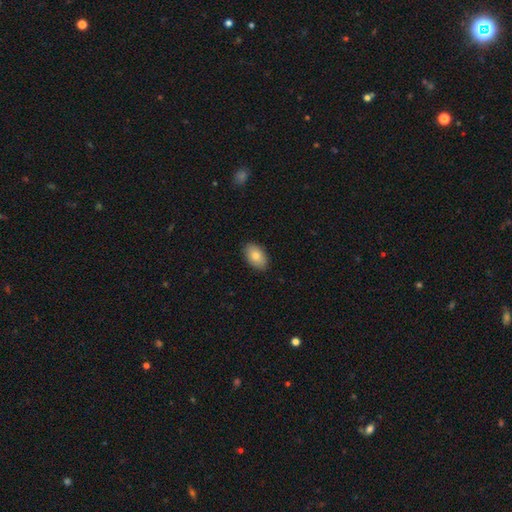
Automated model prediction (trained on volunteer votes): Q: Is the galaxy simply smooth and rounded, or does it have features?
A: smooth — 81%.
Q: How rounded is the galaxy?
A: in between — 92%.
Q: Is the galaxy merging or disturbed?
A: none — 89%.